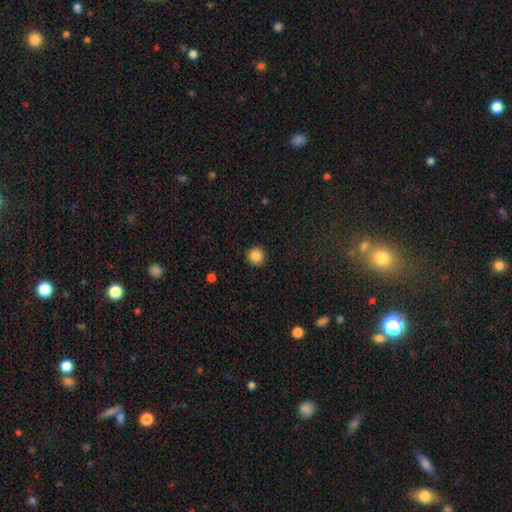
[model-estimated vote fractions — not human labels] Q: Smooth or featured?
A: smooth (86%); runner-up: star or artifact (10%)
Q: How rounded?
A: round (94%); runner-up: in between (5%)
Q: Merging?
A: none (92%); runner-up: minor disturbance (5%)